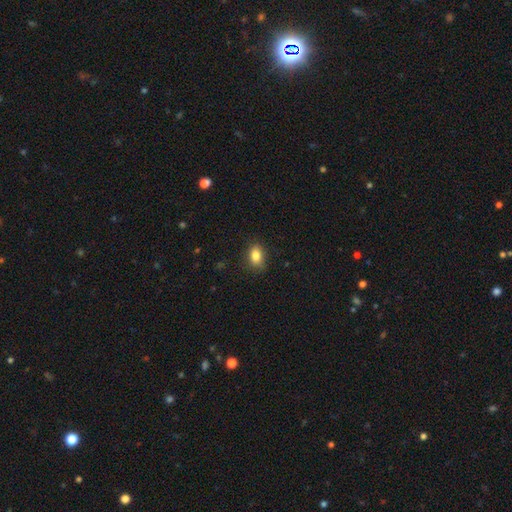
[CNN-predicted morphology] This is clearly a smooth galaxy (84%). How rounded: likely in between (76%). Merging: clearly none (83%).